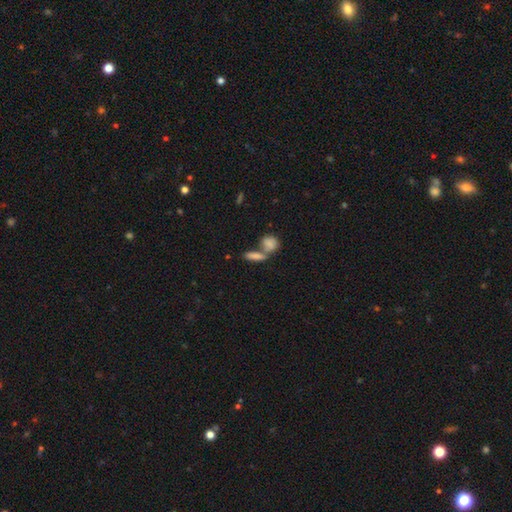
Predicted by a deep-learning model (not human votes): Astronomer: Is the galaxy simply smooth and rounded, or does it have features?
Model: smooth — 74%.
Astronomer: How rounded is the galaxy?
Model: in between — 58%.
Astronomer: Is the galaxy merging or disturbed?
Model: merger — 52% (runner-up: none, 36%).